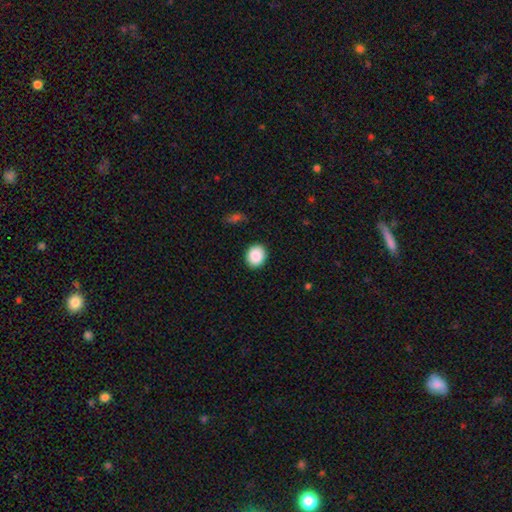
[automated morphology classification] smooth_or_featured: smooth (p=0.89) [alt: star or artifact p=0.07]
how_rounded: round (p=0.64) [alt: in between p=0.35]
merging: none (p=0.90) [alt: minor disturbance p=0.07]